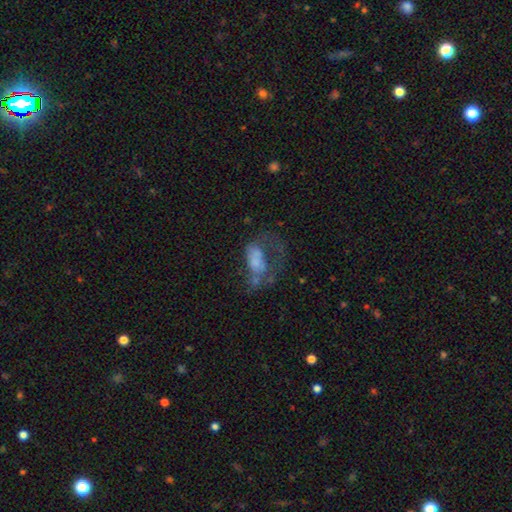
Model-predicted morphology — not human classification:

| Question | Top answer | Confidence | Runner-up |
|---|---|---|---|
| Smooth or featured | featured or disk | 44% | smooth (42%) |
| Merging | major disturbance | 52% | none (23%) |